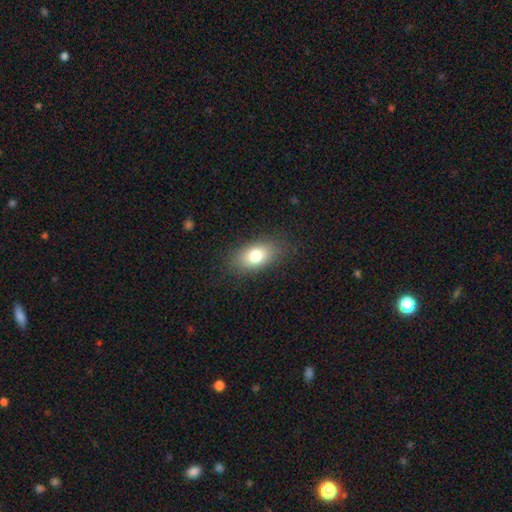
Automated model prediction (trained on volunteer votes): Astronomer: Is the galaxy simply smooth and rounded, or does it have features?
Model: smooth — 78%.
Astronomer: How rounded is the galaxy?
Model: in between — 87%.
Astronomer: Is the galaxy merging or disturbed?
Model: none — 83%.